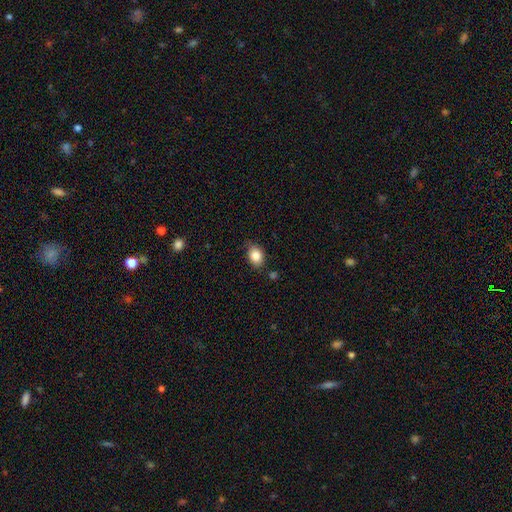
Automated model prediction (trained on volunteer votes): Smooth or featured: smooth — 85% (star or artifact — 8%)
How rounded: in between — 71% (round — 28%)
Merging: none — 74% (minor disturbance — 20%)